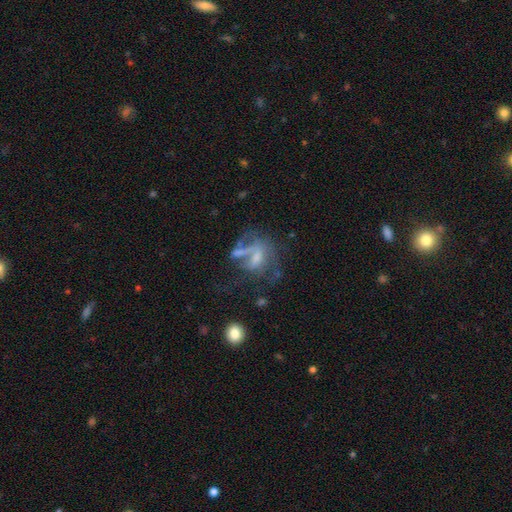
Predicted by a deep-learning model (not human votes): smooth_or_featured: featured or disk (p=0.53) [alt: smooth p=0.33]
disk_edge_on: no (p=0.94) [alt: yes p=0.06]
merging: major disturbance (p=0.37) [alt: none p=0.26]